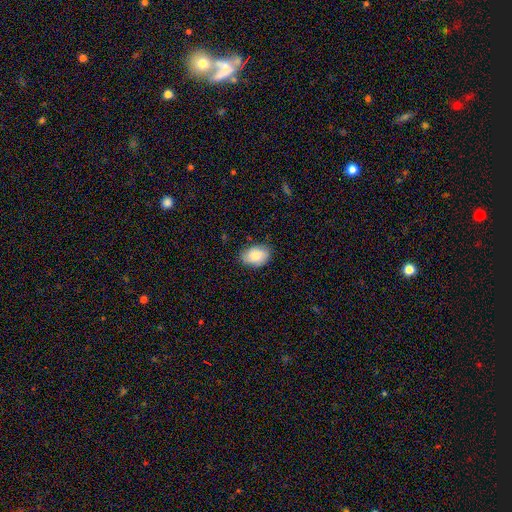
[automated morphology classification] type=smooth (77%); roundness=in between (80%); merging=none (77%).